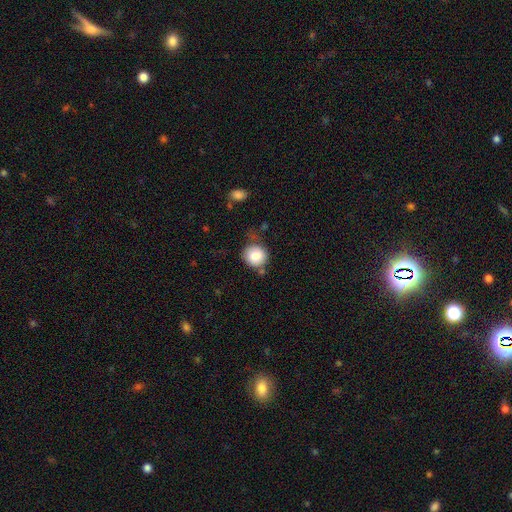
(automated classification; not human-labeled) smooth 82%, featured or disk 9%, star or artifact 9%. Down the decision tree: how rounded — round (90%); merging — none (65%).